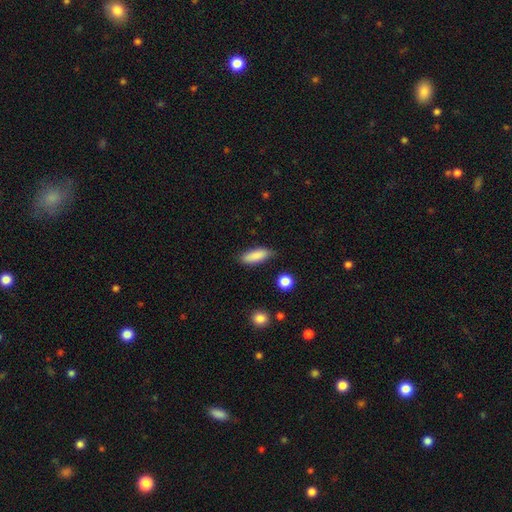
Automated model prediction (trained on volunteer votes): Smooth or featured? smooth (87%)
How rounded? in between (63%)
Merging? none (81%)